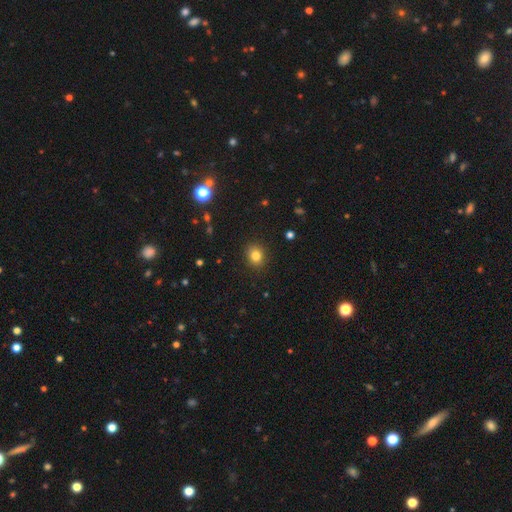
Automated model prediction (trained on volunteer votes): smooth-or-featured: smooth: 83% | star or artifact: 11% | featured or disk: 6%
  how-rounded: round: 66% | in between: 33% | cigar-shaped: 1%
  merging: none: 89% | minor disturbance: 7% | major disturbance: 2% | merger: 1%